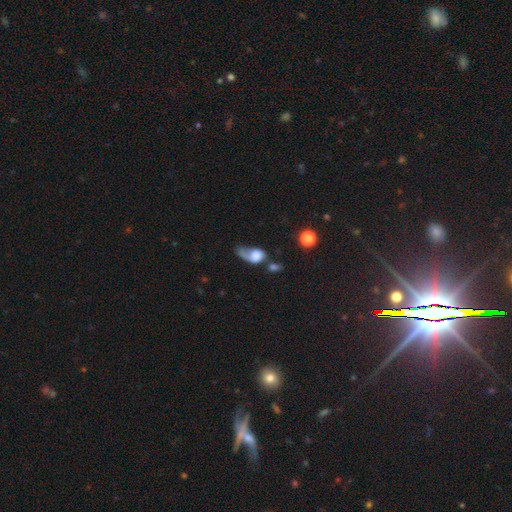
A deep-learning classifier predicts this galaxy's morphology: Overall: smooth (58%; featured or disk 33%). How rounded: in between (65%; round 32%). Merging: major disturbance (44%; merger 22%).